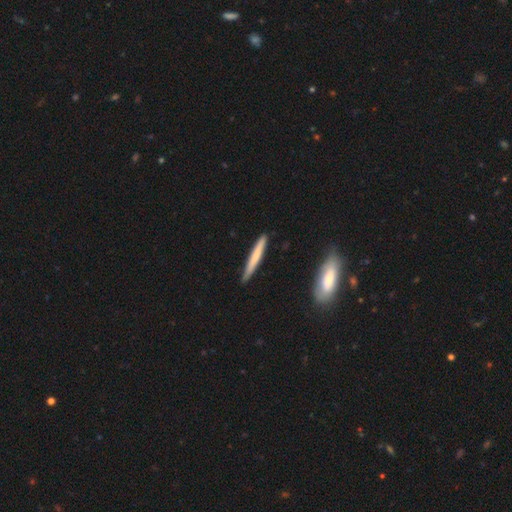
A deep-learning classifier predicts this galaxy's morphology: This is likely a smooth galaxy (63%). How rounded: clearly cigar-shaped (96%). Merging: clearly none (87%).